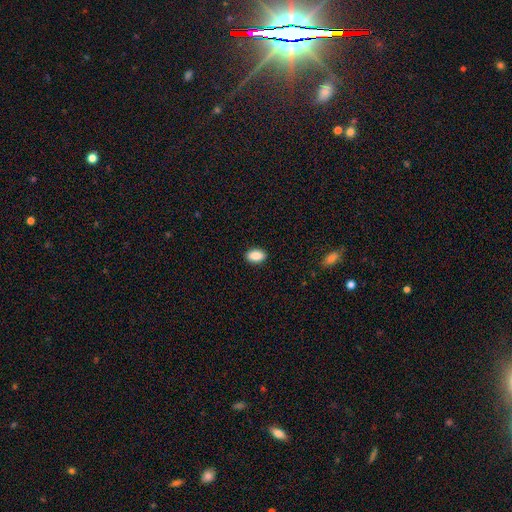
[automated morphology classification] Smooth or featured? Predicted: smooth (p=0.89). How rounded? Predicted: in between (p=0.90). Merging? Predicted: none (p=0.90).